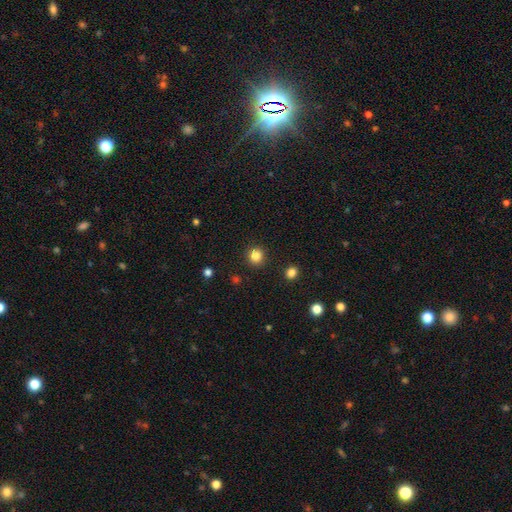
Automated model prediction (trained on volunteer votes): A smooth galaxy with no disk features (84%) that is round (93%).

Vote fractions:
- Smooth or featured? smooth: 84% / star or artifact: 12% / featured or disk: 4%
- How rounded? round: 93% / in between: 6% / cigar-shaped: 1%
- Merging? none: 92% / minor disturbance: 5% / major disturbance: 2% / merger: 1%